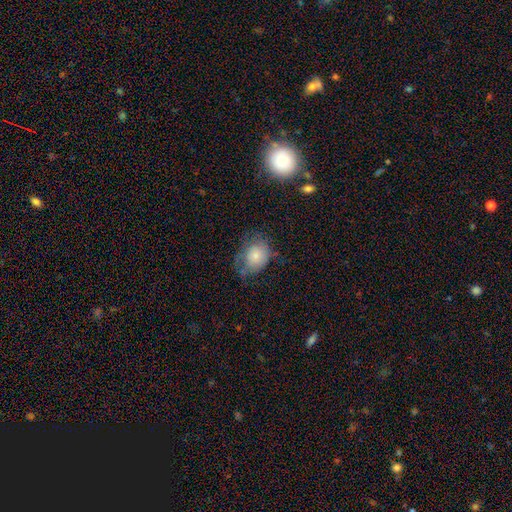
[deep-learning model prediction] smooth 73%, featured or disk 18%, star or artifact 9%. Down the decision tree: how rounded — in between (55%); merging — none (43%).